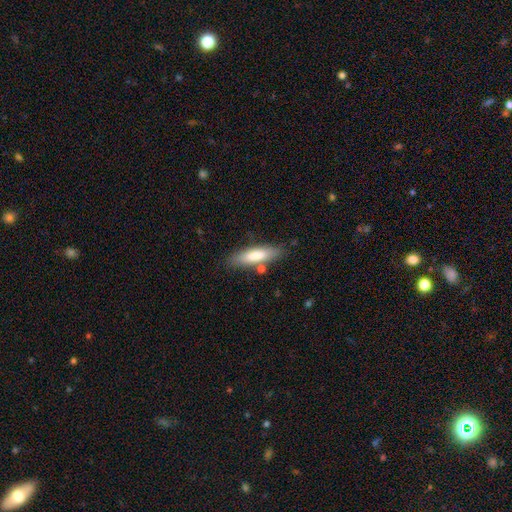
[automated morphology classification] type=smooth (78%); roundness=cigar-shaped (58%); merging=none (77%).